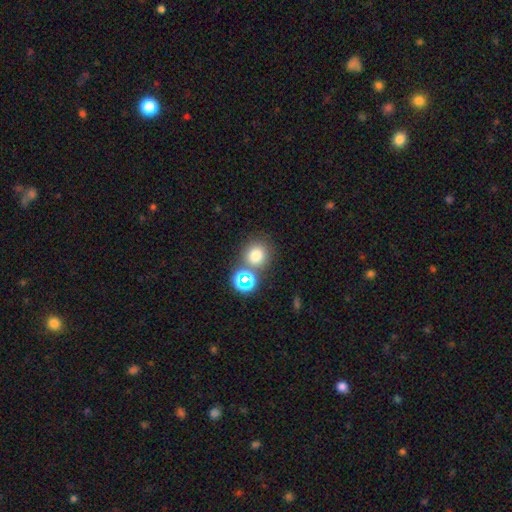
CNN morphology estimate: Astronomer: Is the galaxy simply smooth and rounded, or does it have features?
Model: smooth — 73%.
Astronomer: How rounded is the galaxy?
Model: round — 88%.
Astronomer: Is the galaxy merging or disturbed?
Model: none — 68%.